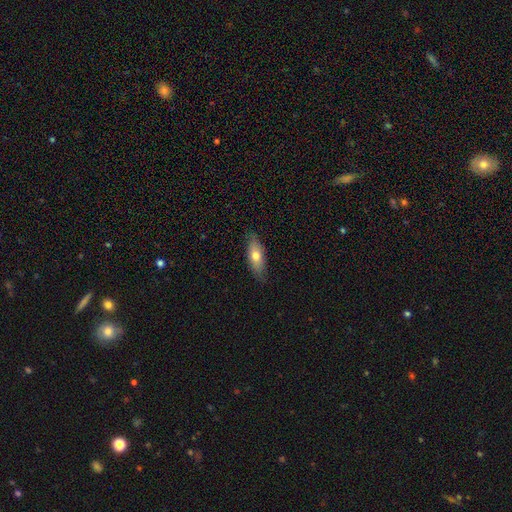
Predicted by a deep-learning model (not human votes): A smooth galaxy with no disk features (66%) that is in between round and cigar-shaped (69%). Merging: none (82%).